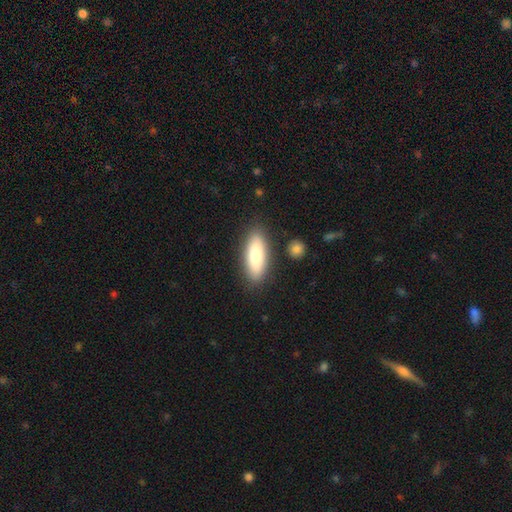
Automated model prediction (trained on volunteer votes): Overall: smooth (83%). How rounded: in between (67%; cigar-shaped 30%). Merging: none (84%).